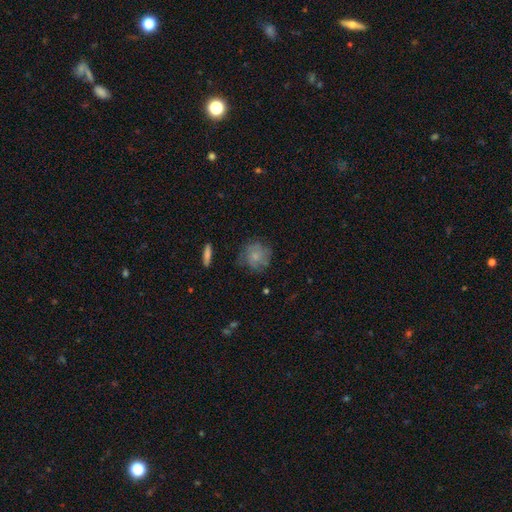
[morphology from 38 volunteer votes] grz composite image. It shows a smooth galaxy with no disk features (63%) that is round (79%). Merging: none (62%).